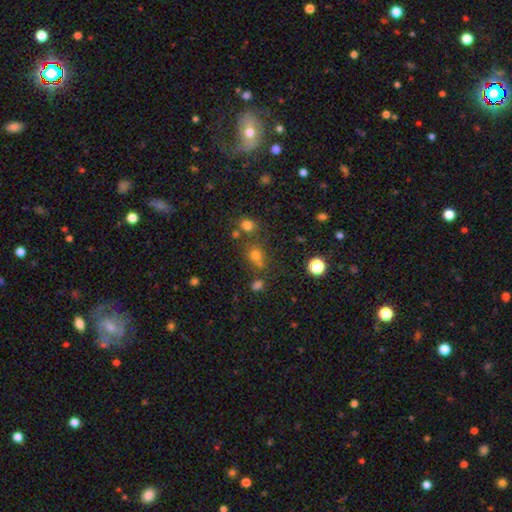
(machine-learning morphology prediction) A smooth galaxy with no disk features (62%) that is round (77%).

Vote fractions:
- Smooth or featured? smooth: 62% / star or artifact: 29% / featured or disk: 9%
- How rounded? round: 77% / in between: 22% / cigar-shaped: 1%
- Merging? none: 60% / merger: 23% / minor disturbance: 12% / major disturbance: 6%